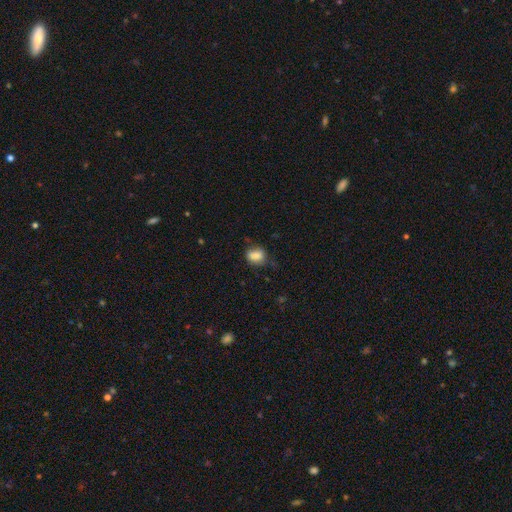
Smooth or featured: smooth — 92% (star or artifact — 5%)
How rounded: round — 54% (in between — 46%)
Merging: none — 79% (minor disturbance — 18%)